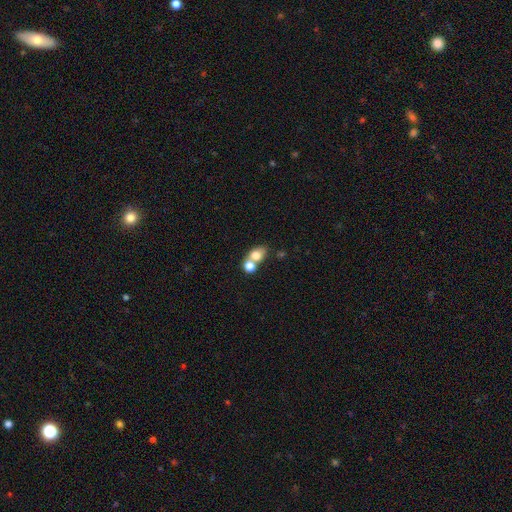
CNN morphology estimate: Smooth or featured?
  - smooth: 74% *
  - featured or disk: 15%
  - star or artifact: 11%
How rounded?
  - in between: 54% *
  - round: 44%
  - cigar-shaped: 2%
Merging?
  - merger: 56% *
  - none: 31%
  - minor disturbance: 8%
  - major disturbance: 4%